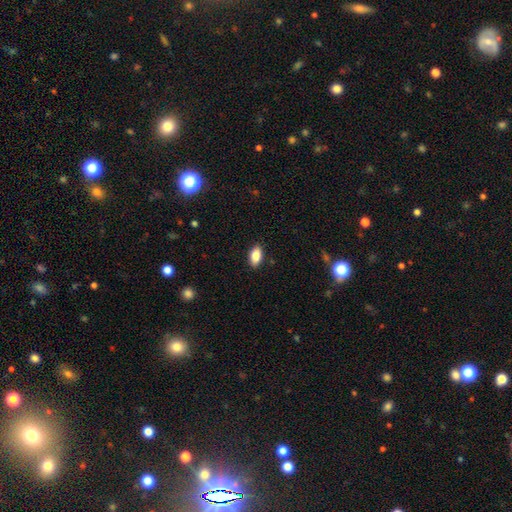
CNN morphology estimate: smooth_or_featured: smooth (p=0.86) [alt: star or artifact p=0.07]
how_rounded: in between (p=0.92) [alt: round p=0.04]
merging: none (p=0.88) [alt: minor disturbance p=0.09]